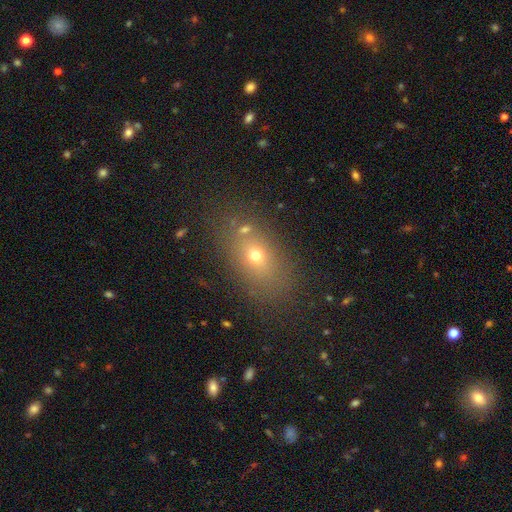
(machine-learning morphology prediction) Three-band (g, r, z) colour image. It shows a smooth galaxy with no disk features (61%) that is in between round and cigar-shaped (73%). Merging: none (74%).